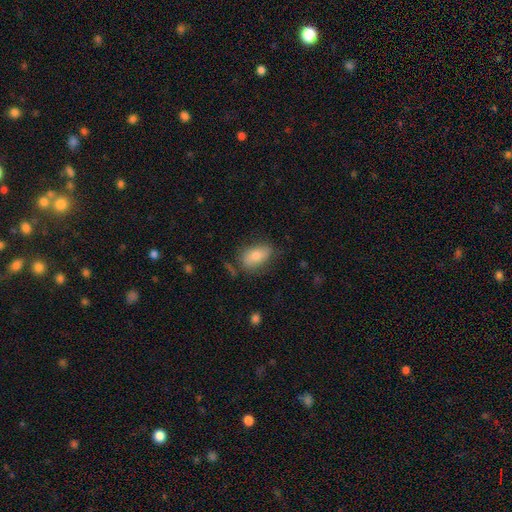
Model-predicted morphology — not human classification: Q: Smooth or featured?
A: smooth (73%); runner-up: featured or disk (18%)
Q: How rounded?
A: in between (89%); runner-up: round (8%)
Q: Merging?
A: none (70%); runner-up: minor disturbance (21%)